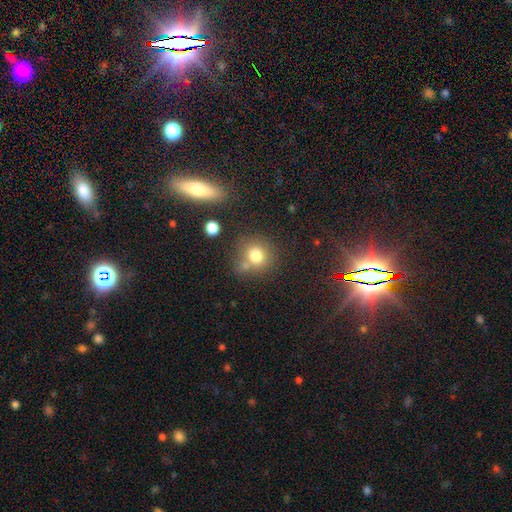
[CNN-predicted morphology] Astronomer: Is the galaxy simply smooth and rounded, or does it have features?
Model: smooth — 77%.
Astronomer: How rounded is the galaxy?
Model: round — 85%.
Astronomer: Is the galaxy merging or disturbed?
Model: none — 60%.